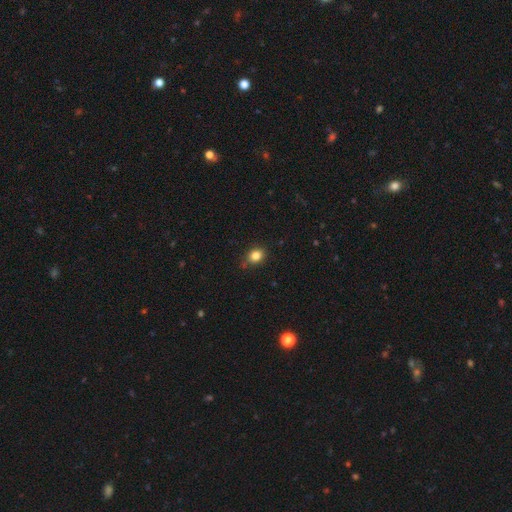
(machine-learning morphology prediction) smooth 83%, star or artifact 11%, featured or disk 6%. Down the decision tree: how rounded — round (53%); merging — none (79%).